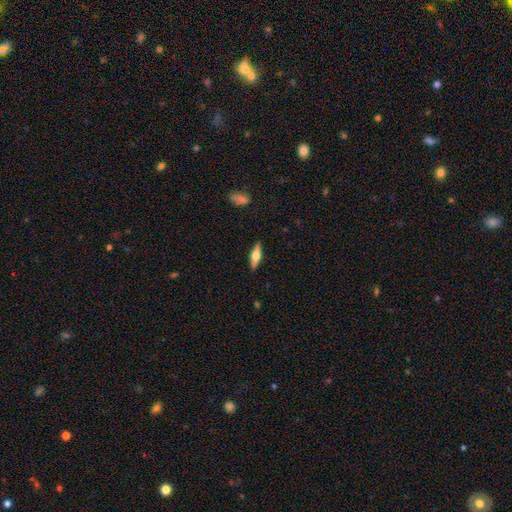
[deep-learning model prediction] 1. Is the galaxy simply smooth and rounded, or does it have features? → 55% featured or disk, 39% smooth, 6% star or artifact.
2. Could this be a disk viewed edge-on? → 94% yes, 6% no.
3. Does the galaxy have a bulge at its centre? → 93% rounded, 5% boxy, 2% none.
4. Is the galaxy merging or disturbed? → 89% none, 8% minor disturbance, 2% major disturbance, 1% merger.